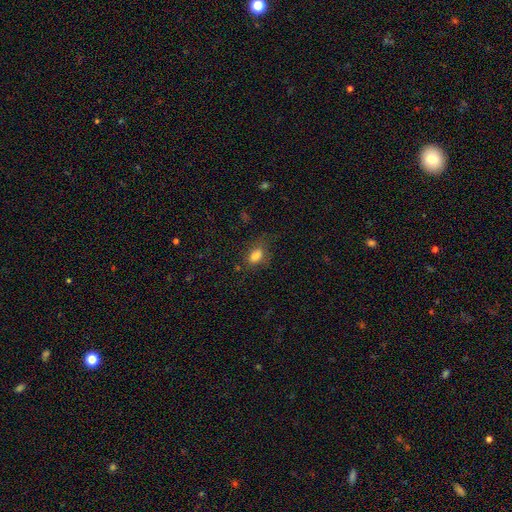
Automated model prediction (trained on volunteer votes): The model was most divided on "merging": none: 63%, minor disturbance: 22%, major disturbance: 12%, merger: 3%. More confident: how rounded — in between (82%); smooth or featured — smooth (81%).